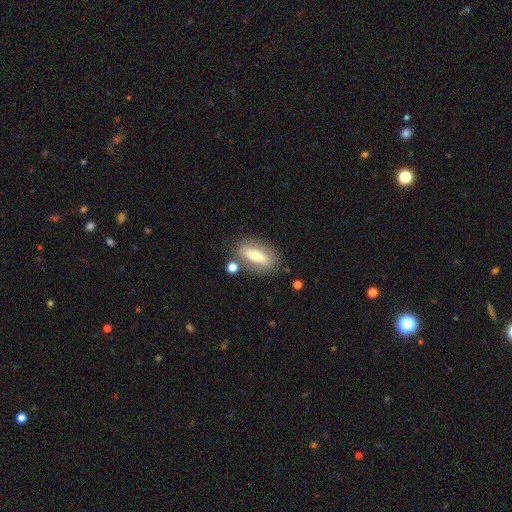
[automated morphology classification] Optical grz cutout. It shows a smooth galaxy with no disk features (53%) that is in between round and cigar-shaped (72%). Merging: none (76%).